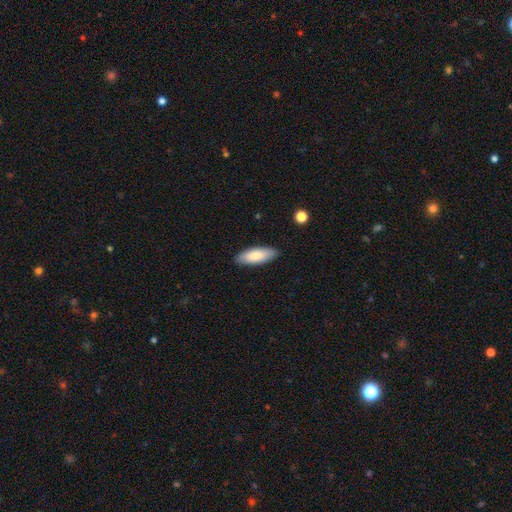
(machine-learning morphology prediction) Q: Smooth or featured?
A: smooth (83%); runner-up: featured or disk (12%)
Q: How rounded?
A: in between (68%); runner-up: cigar-shaped (30%)
Q: Merging?
A: none (88%); runner-up: minor disturbance (10%)